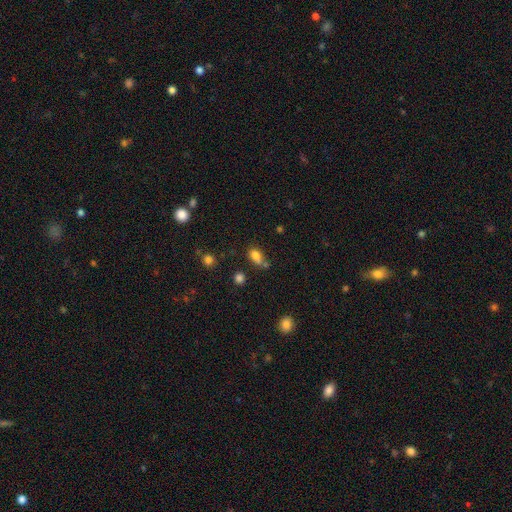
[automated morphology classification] Smooth or featured? Predicted: smooth (p=0.78). How rounded? Predicted: in between (p=0.72). Merging? Predicted: none (p=0.44).